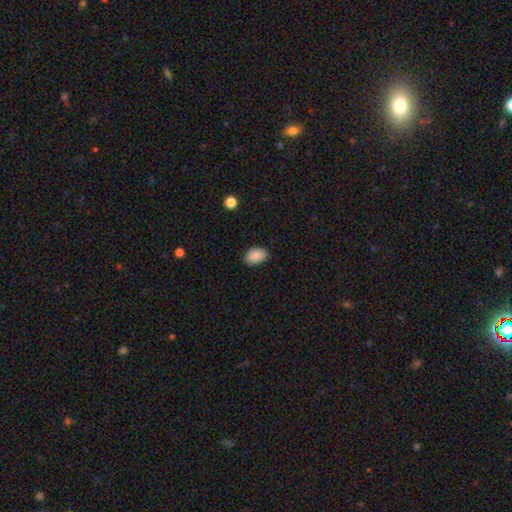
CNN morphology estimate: The model was most divided on "merging": none: 82%, minor disturbance: 14%, major disturbance: 2%, merger: 1%. More confident: smooth or featured — smooth (89%); how rounded — in between (84%).